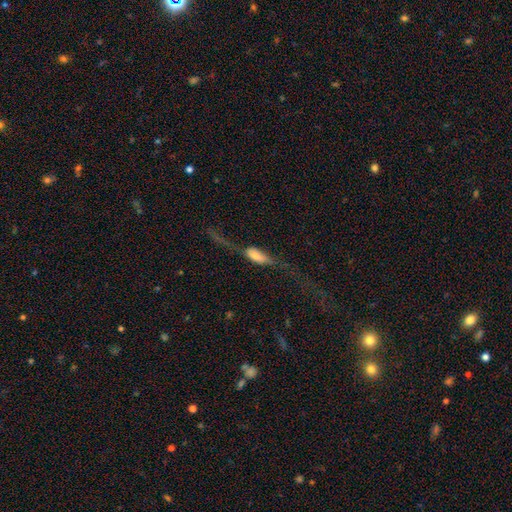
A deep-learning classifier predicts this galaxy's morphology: smooth 48%, featured or disk 44%, star or artifact 8%. Down the decision tree: merging — major disturbance (49%).